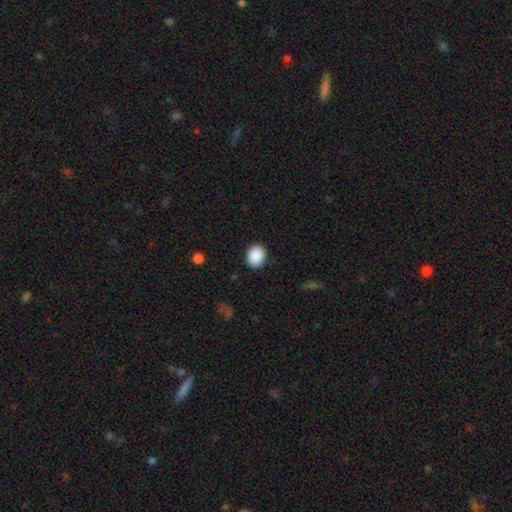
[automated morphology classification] smooth 90%, star or artifact 7%, featured or disk 3%. Down the decision tree: how rounded — round (54%); merging — none (89%).